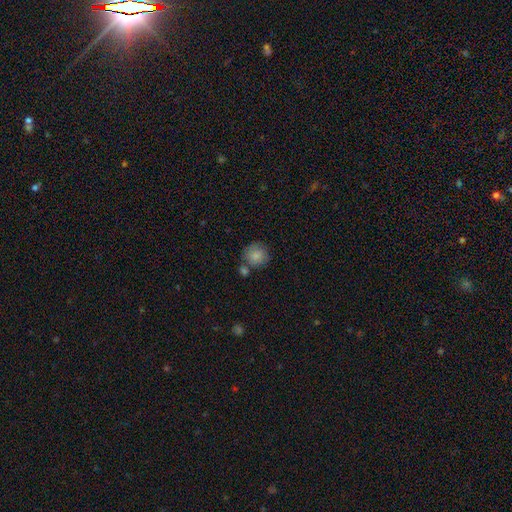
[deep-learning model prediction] Overall: smooth (85%). How rounded: round (87%). Merging: none (65%).